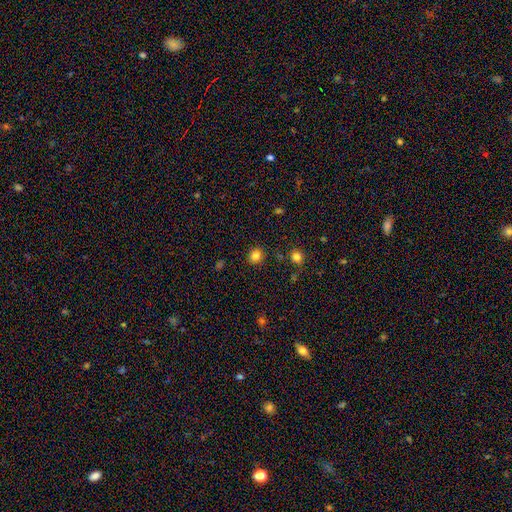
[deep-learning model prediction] A smooth galaxy with no disk features (83%) that is round (81%).

Vote fractions:
- Smooth or featured? smooth: 83% / star or artifact: 13% / featured or disk: 5%
- How rounded? round: 81% / in between: 18% / cigar-shaped: 1%
- Merging? none: 89% / minor disturbance: 7% / major disturbance: 2% / merger: 2%